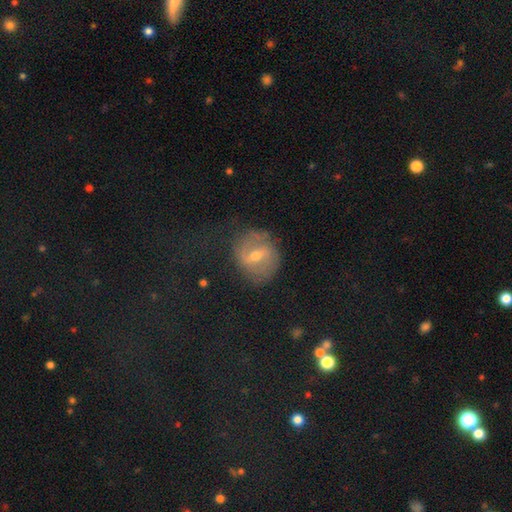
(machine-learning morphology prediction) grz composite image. It shows a featured or disk galaxy (59%) with a weak bar (51%), spiral arms (65%) and a moderate central bulge (55%). Merging: none (72%).